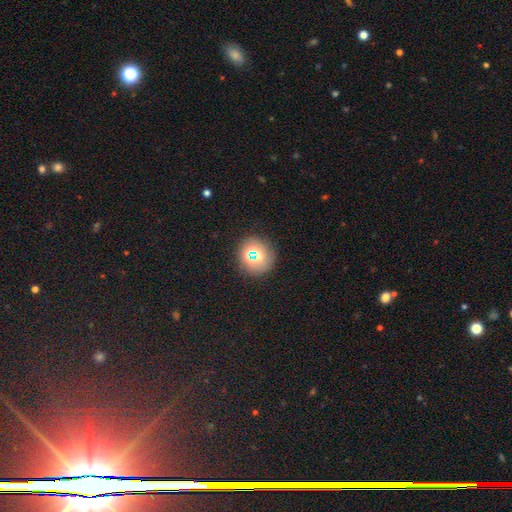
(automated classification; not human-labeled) Smooth or featured?
  - smooth: 55% *
  - star or artifact: 30%
  - featured or disk: 14%
How rounded?
  - round: 90% *
  - in between: 8%
  - cigar-shaped: 1%
Merging?
  - none: 83% *
  - minor disturbance: 8%
  - merger: 5%
  - major disturbance: 4%